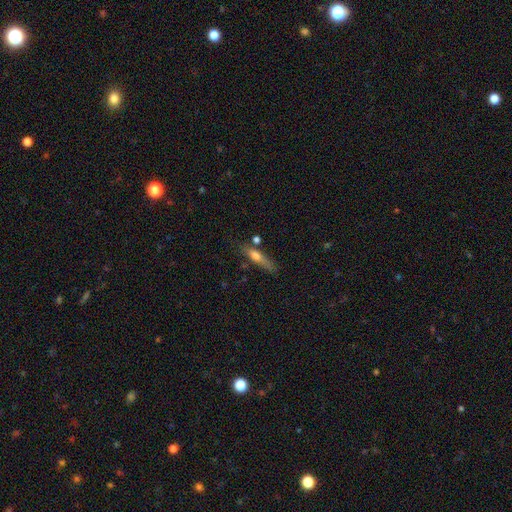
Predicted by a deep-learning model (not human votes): Smooth or featured? smooth (57%)
How rounded? cigar-shaped (78%)
Merging? none (63%)